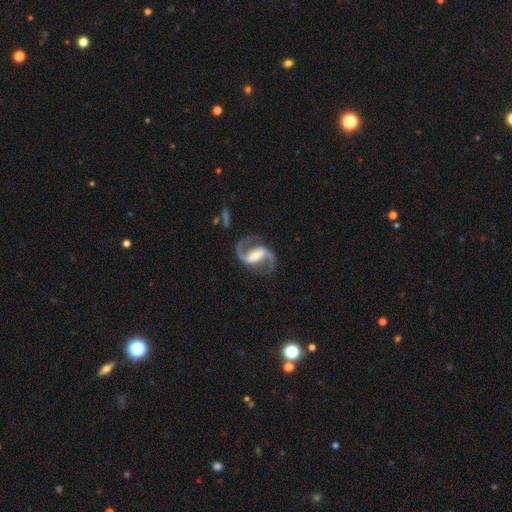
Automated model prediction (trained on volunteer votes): featured or disk 92%, star or artifact 4%, smooth 4%. Down the decision tree: edge-on disk — no (98%); bar — strong (56%); spiral arms — yes (98%); spiral arm count — 2 (94%); spiral winding — medium (55%); bulge size — moderate (51%); merging — none (81%).